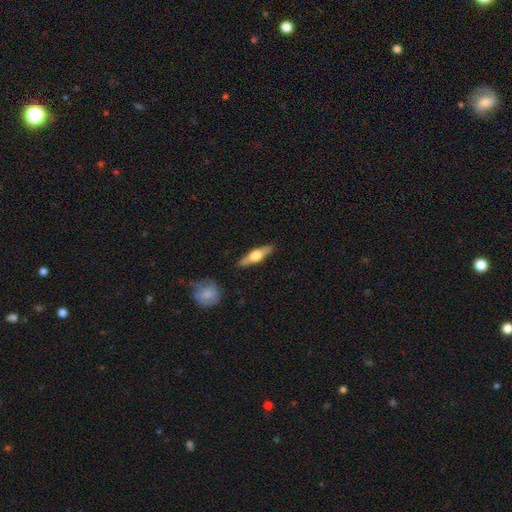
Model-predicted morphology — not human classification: Smooth or featured? featured or disk (64%)
Edge-on disk? yes (96%)
Edge-on bulge? rounded (94%)
Merging? none (89%)